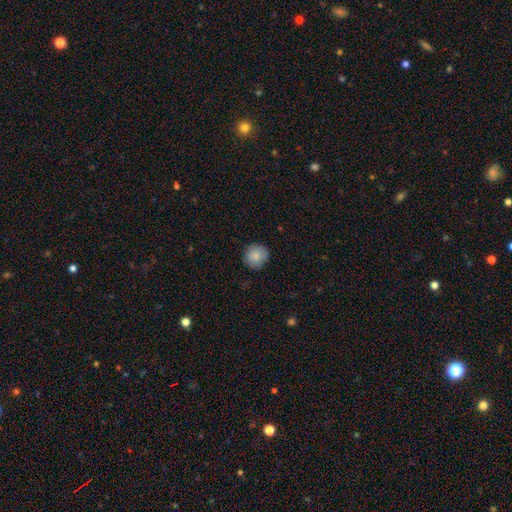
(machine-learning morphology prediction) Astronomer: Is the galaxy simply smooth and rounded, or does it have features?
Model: smooth — 86%.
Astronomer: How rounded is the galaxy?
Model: round — 90%.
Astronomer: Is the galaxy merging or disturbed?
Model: none — 84%.